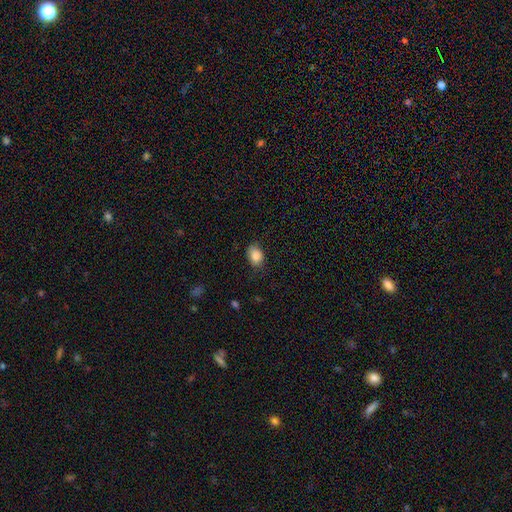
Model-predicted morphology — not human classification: type=smooth (86%); roundness=in between (70%); merging=none (74%).